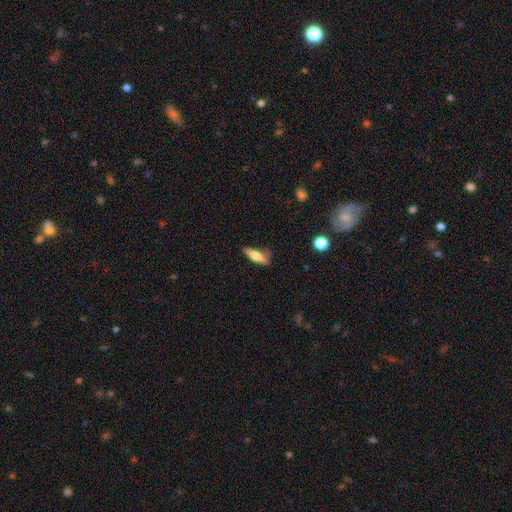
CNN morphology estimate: Q: Smooth or featured?
A: smooth (58%); runner-up: featured or disk (36%)
Q: How rounded?
A: cigar-shaped (65%); runner-up: in between (32%)
Q: Merging?
A: none (73%); runner-up: minor disturbance (20%)